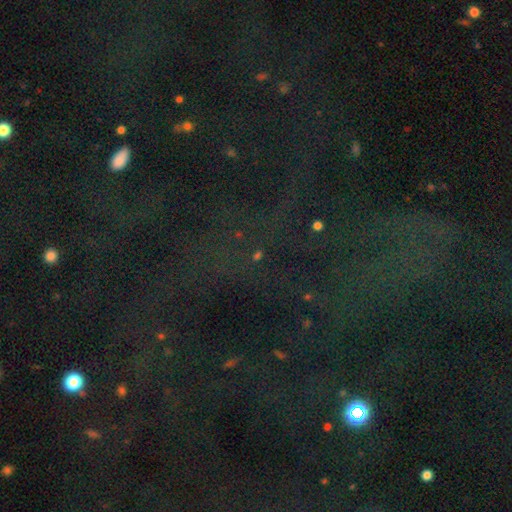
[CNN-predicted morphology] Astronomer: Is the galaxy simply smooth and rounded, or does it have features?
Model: star or artifact — 75%.